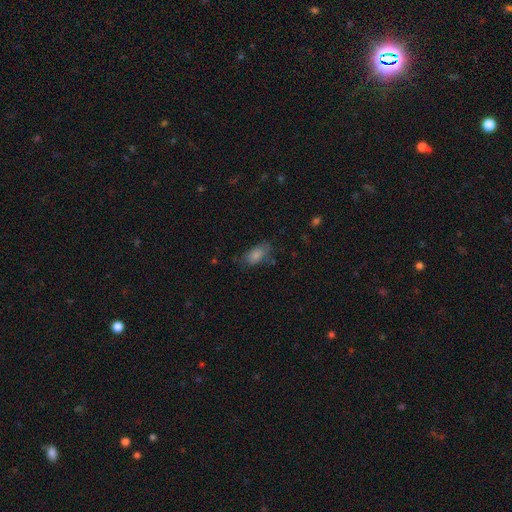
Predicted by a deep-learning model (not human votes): Overall: smooth (74%). How rounded: in between (86%). Merging: none (67%).